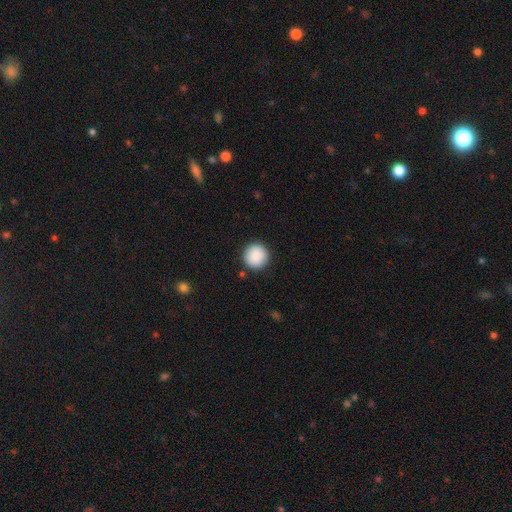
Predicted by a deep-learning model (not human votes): This is clearly a smooth galaxy (90%). How rounded: clearly round (95%). Merging: clearly none (90%).